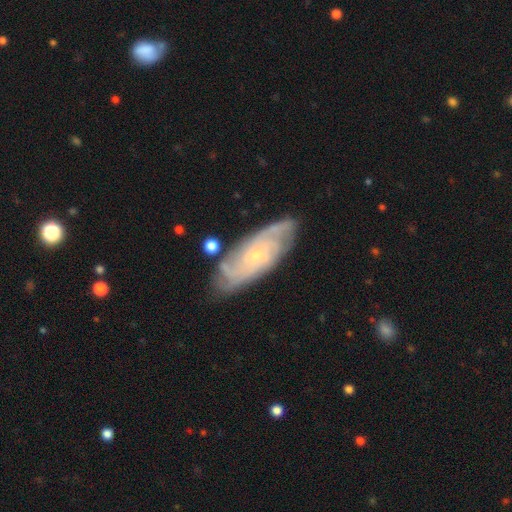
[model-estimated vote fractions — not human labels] Smooth or featured: featured or disk — 81% (smooth — 13%)
Edge-on disk: no — 90% (yes — 10%)
Bar: no — 69% (weak — 26%)
Spiral arms: yes — 95% (no — 5%)
Spiral winding: tight — 62% (medium — 31%)
Spiral arm count: can't tell — 35% (2 — 19%)
Bulge size: small — 81% (moderate — 14%)
Merging: none — 77% (minor disturbance — 16%)